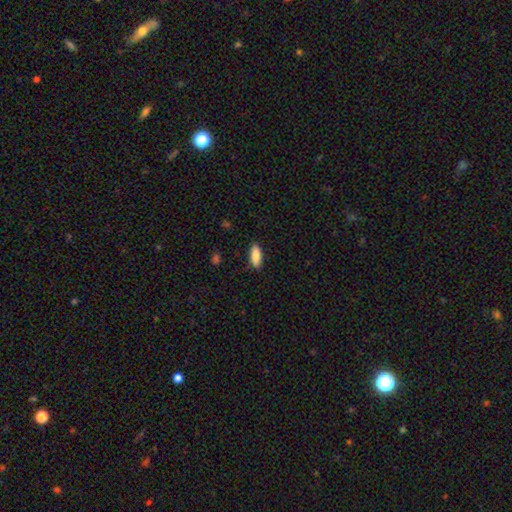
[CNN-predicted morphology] Q: Smooth or featured?
A: smooth (89%); runner-up: star or artifact (6%)
Q: How rounded?
A: in between (74%); runner-up: cigar-shaped (24%)
Q: Merging?
A: none (87%); runner-up: minor disturbance (10%)